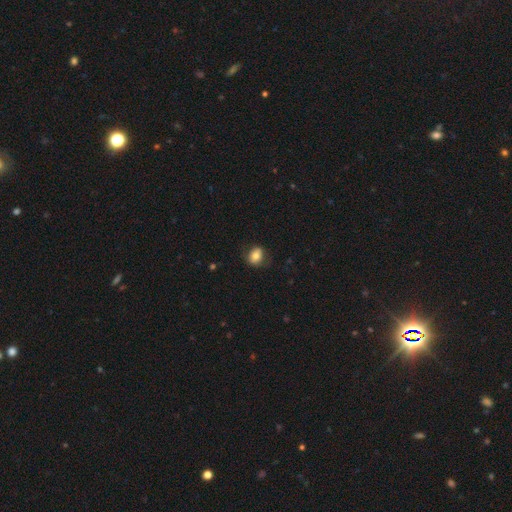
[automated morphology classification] A smooth galaxy with no disk features (77%) that is in between round and cigar-shaped (52%).

Vote fractions:
- Smooth or featured? smooth: 77% / featured or disk: 13% / star or artifact: 9%
- How rounded? in between: 52% / round: 47% / cigar-shaped: 1%
- Merging? none: 74% / minor disturbance: 19% / major disturbance: 6% / merger: 1%